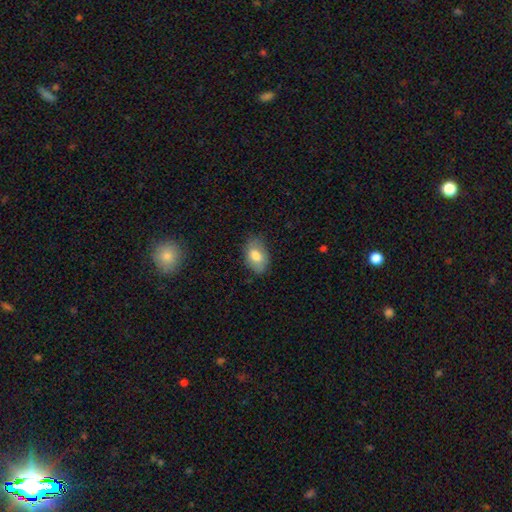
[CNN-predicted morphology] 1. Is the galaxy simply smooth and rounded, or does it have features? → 77% smooth, 16% featured or disk, 7% star or artifact.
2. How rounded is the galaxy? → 90% in between, 9% round, 2% cigar-shaped.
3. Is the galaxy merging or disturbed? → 74% none, 20% minor disturbance, 5% major disturbance, 1% merger.